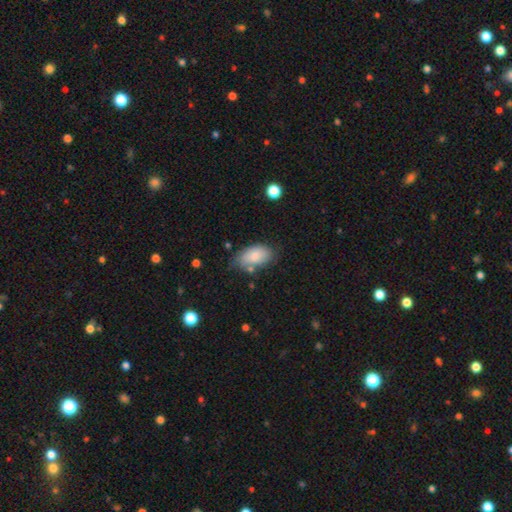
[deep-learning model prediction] This is clearly a smooth galaxy (83%). How rounded: clearly in between (93%). Merging: likely none (61%).